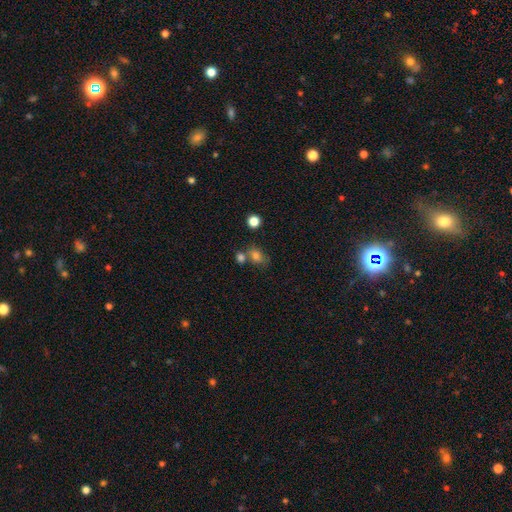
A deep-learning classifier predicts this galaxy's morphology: Q: Smooth or featured?
A: smooth (75%); runner-up: star or artifact (14%)
Q: How rounded?
A: in between (66%); runner-up: round (32%)
Q: Merging?
A: none (47%); runner-up: merger (32%)